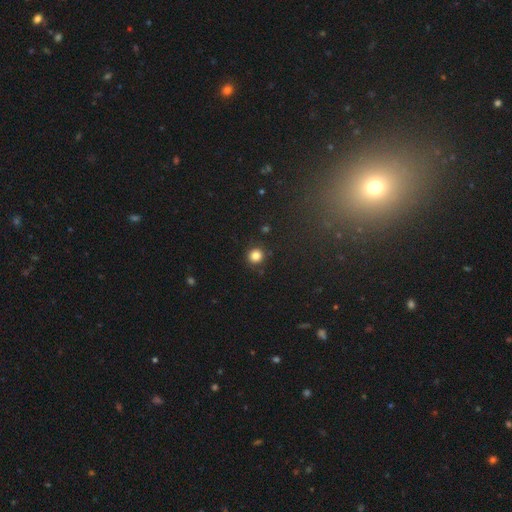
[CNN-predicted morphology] type=smooth (83%); roundness=round (94%); merging=none (90%).